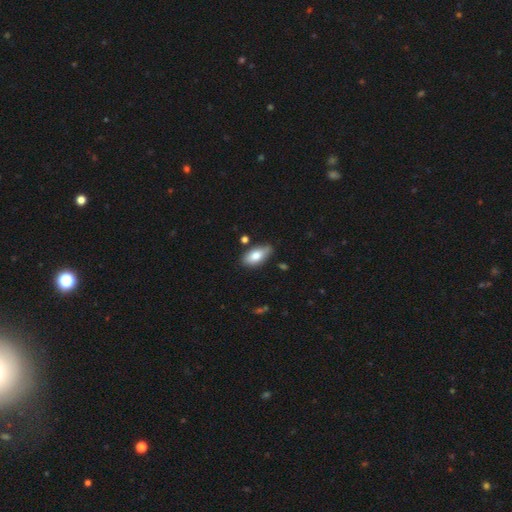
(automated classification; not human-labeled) Overall: smooth (79%). How rounded: in between (91%). Merging: none (72%).